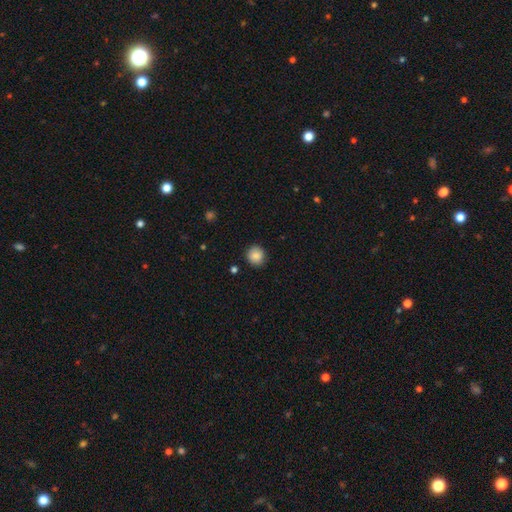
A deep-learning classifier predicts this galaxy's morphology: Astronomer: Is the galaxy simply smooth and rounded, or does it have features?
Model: smooth — 86%.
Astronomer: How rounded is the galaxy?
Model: round — 90%.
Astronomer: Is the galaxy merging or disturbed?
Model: none — 88%.